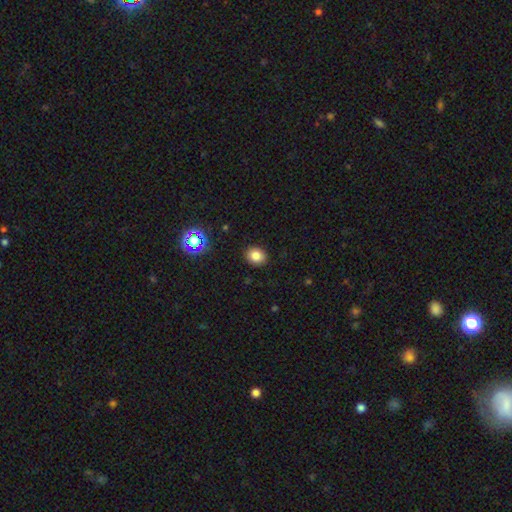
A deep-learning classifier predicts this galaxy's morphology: Smooth or featured?
  - smooth: 81% *
  - star or artifact: 13%
  - featured or disk: 6%
How rounded?
  - round: 59% *
  - in between: 40%
  - cigar-shaped: 1%
Merging?
  - none: 90% *
  - minor disturbance: 7%
  - major disturbance: 2%
  - merger: 1%